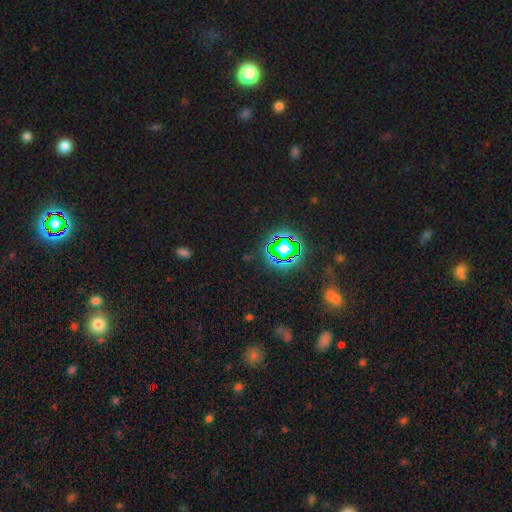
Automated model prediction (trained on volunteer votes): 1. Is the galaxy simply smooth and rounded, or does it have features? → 77% star or artifact, 15% smooth, 8% featured or disk.